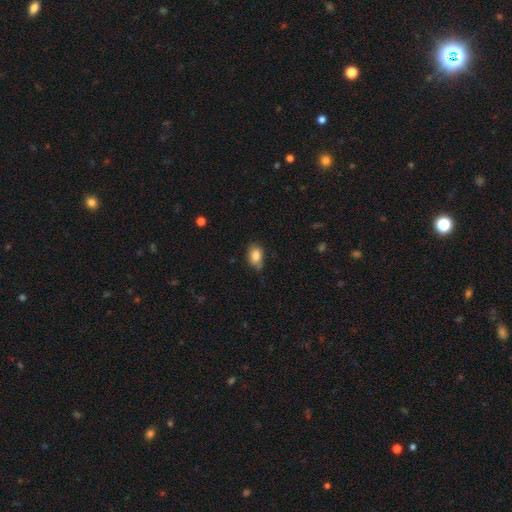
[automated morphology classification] smooth_or_featured: smooth (p=0.85) [alt: star or artifact p=0.08]
how_rounded: in between (p=0.78) [alt: round p=0.20]
merging: none (p=0.61) [alt: minor disturbance p=0.31]